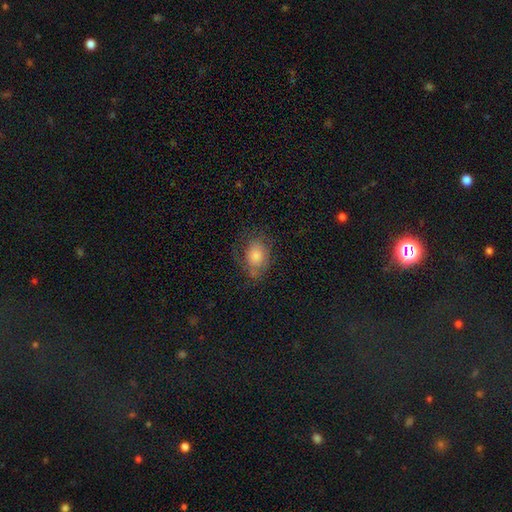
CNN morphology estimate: smooth_or_featured: smooth (p=0.60) [alt: featured or disk p=0.28]
how_rounded: in between (p=0.68) [alt: round p=0.30]
merging: none (p=0.61) [alt: minor disturbance p=0.23]